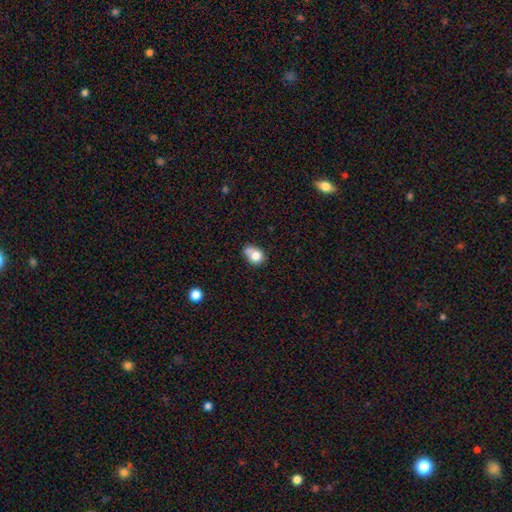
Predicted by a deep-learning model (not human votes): Smooth or featured? Predicted: smooth (p=0.77). How rounded? Predicted: round (p=0.56). Merging? Predicted: none (p=0.38).